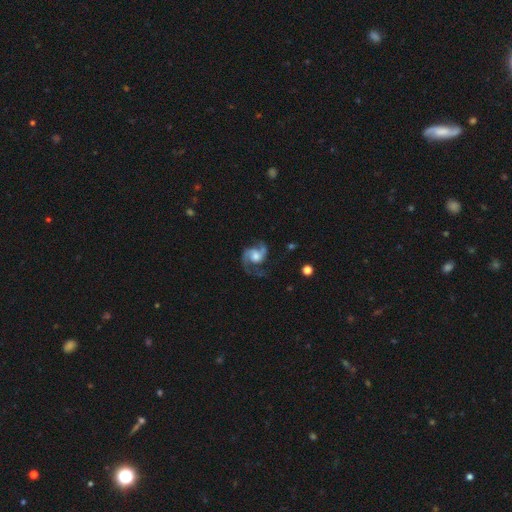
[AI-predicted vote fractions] Smooth or featured: featured or disk — 83% (smooth — 10%)
Edge-on disk: no — 98% (yes — 2%)
Bar: no — 62% (weak — 31%)
Spiral arms: yes — 96% (no — 4%)
Spiral winding: medium — 50% (loose — 37%)
Spiral arm count: 2 — 83% (1 — 7%)
Bulge size: moderate — 50% (large — 22%)
Merging: none — 58% (major disturbance — 21%)